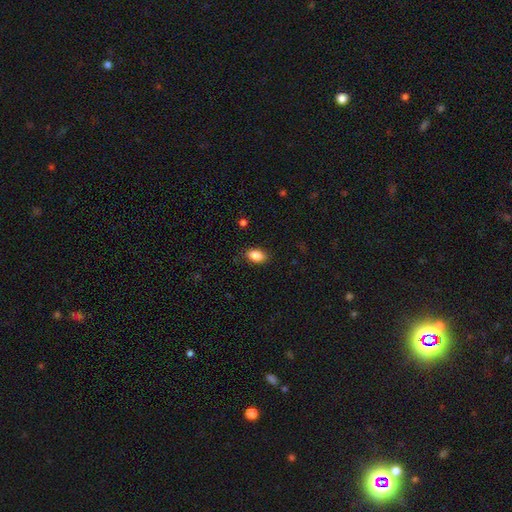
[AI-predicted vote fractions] A smooth galaxy with no disk features (88%) that is in between round and cigar-shaped (91%).

Vote fractions:
- Smooth or featured? smooth: 88% / star or artifact: 8% / featured or disk: 4%
- How rounded? in between: 91% / round: 7% / cigar-shaped: 3%
- Merging? none: 85% / minor disturbance: 12% / major disturbance: 3% / merger: 1%